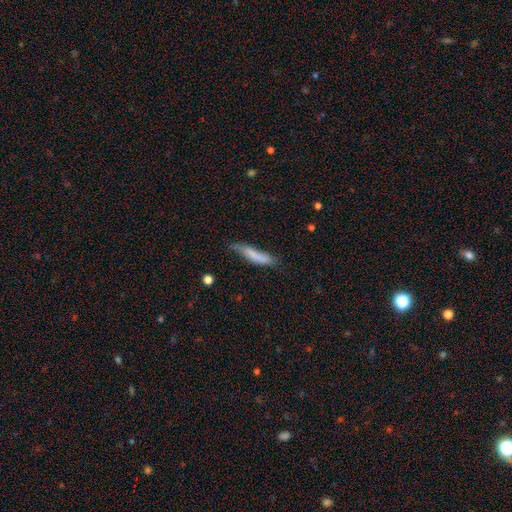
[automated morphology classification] smooth_or_featured: smooth (p=0.73) [alt: featured or disk p=0.20]
how_rounded: cigar-shaped (p=0.83) [alt: in between p=0.16]
merging: none (p=0.55) [alt: minor disturbance p=0.32]